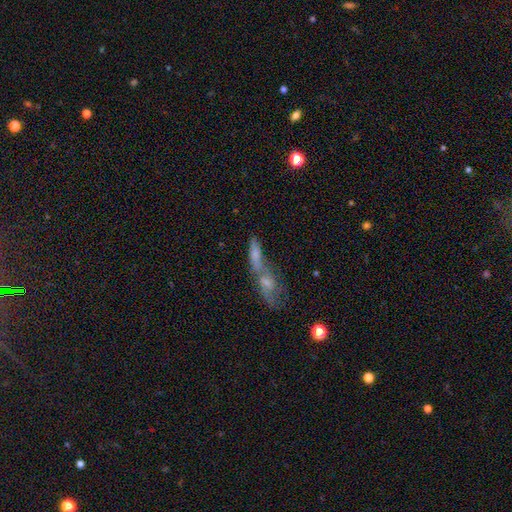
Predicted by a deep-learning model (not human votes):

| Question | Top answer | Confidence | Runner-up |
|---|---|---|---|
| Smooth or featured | smooth | 54% | featured or disk (35%) |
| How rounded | cigar-shaped | 52% | in between (44%) |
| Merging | merger | 68% | none (20%) |